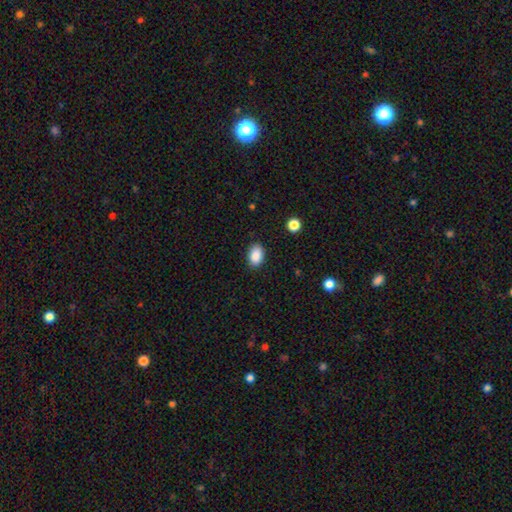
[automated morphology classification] Smooth or featured? Predicted: smooth (p=0.89). How rounded? Predicted: in between (p=0.87). Merging? Predicted: none (p=0.87).